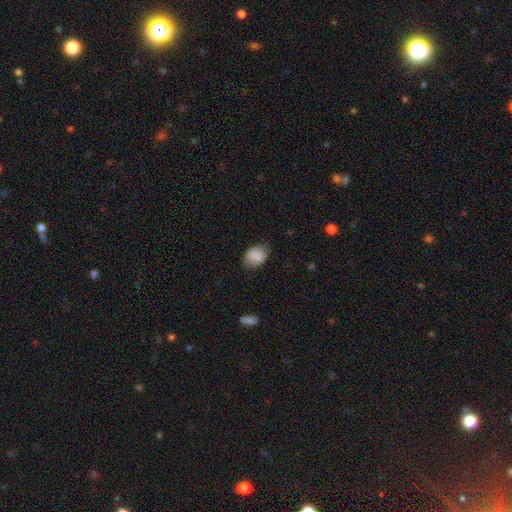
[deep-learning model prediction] Smooth or featured?
  - smooth: 82% *
  - featured or disk: 10%
  - star or artifact: 8%
How rounded?
  - in between: 66% *
  - round: 33%
  - cigar-shaped: 1%
Merging?
  - none: 75% *
  - minor disturbance: 19%
  - major disturbance: 5%
  - merger: 1%